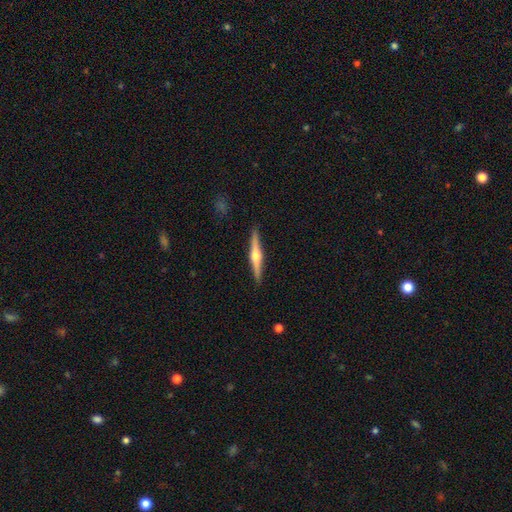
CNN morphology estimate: smooth_or_featured: featured or disk (p=0.69) [alt: smooth p=0.26]
disk_edge_on: yes (p=0.98) [alt: no p=0.02]
edge_on_bulge: rounded (p=0.92) [alt: boxy p=0.05]
merging: none (p=0.91) [alt: minor disturbance p=0.07]